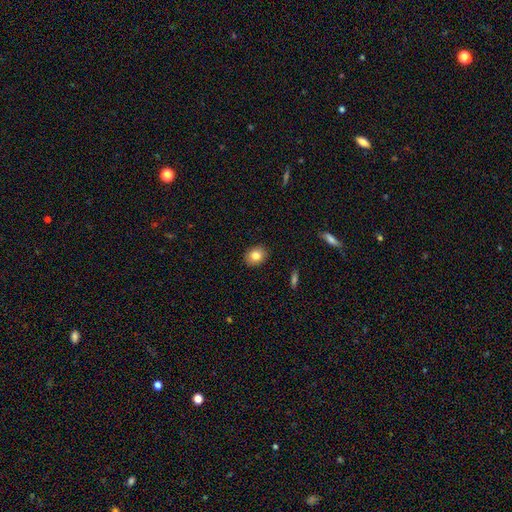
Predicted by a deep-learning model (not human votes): A smooth galaxy with no disk features (81%) that is in between round and cigar-shaped (52%).

Vote fractions:
- Smooth or featured? smooth: 81% / featured or disk: 10% / star or artifact: 9%
- How rounded? in between: 52% / round: 47% / cigar-shaped: 1%
- Merging? none: 90% / minor disturbance: 7% / major disturbance: 2% / merger: 1%